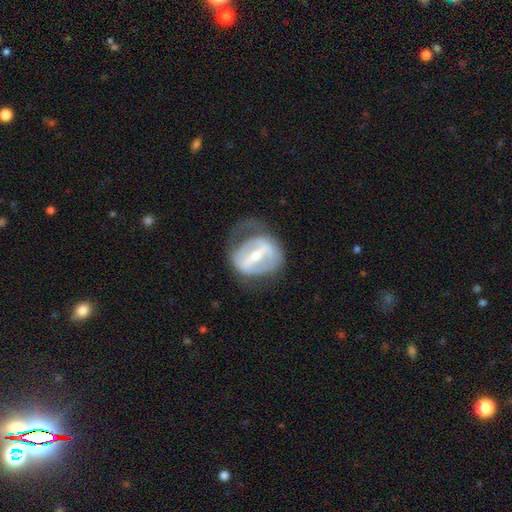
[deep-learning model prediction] This is likely a featured or disk galaxy (76%). It is clearly not viewed edge-on (92%). Bar: likely strong (75%). Spiral arm pattern: possibly no (56%). Central bulge: possibly small (52%). Merging: marginally none (44%).